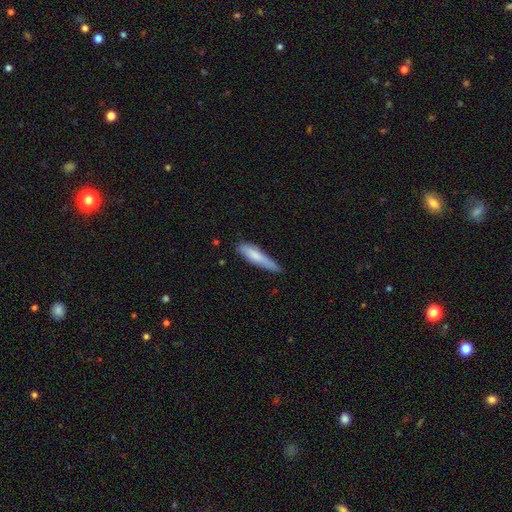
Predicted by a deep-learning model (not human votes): Q: Smooth or featured?
A: smooth (76%); runner-up: featured or disk (18%)
Q: How rounded?
A: cigar-shaped (83%); runner-up: in between (16%)
Q: Merging?
A: none (62%); runner-up: minor disturbance (30%)